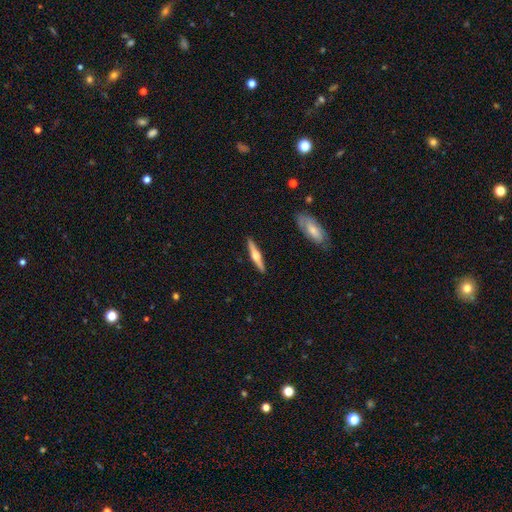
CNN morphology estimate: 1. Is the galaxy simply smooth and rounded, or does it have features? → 66% featured or disk, 29% smooth, 5% star or artifact.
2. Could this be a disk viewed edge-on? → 97% yes, 3% no.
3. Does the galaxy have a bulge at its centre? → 91% rounded, 6% boxy, 3% none.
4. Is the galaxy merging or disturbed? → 90% none, 7% minor disturbance, 2% merger, 2% major disturbance.